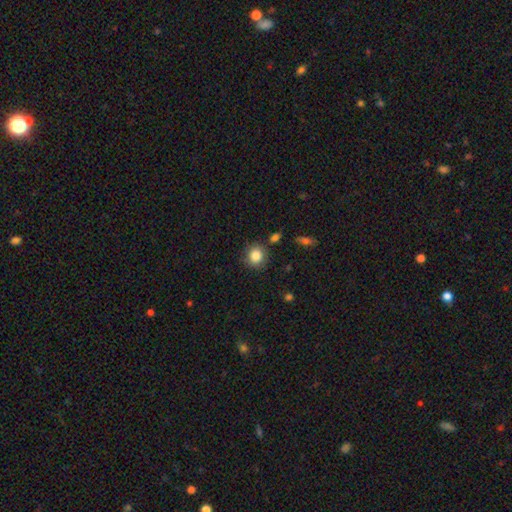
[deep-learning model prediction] smooth 84%, star or artifact 10%, featured or disk 6%. Down the decision tree: how rounded — round (85%); merging — none (84%).